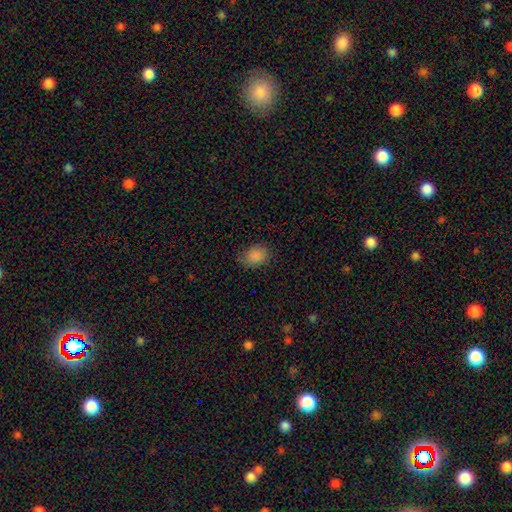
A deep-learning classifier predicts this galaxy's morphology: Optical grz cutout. It shows a smooth galaxy with no disk features (86%) that is in between round and cigar-shaped (62%). Merging: none (75%).